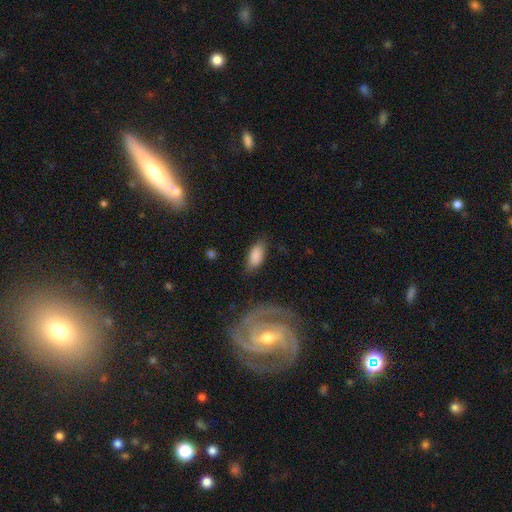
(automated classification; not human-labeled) The model was most divided on "merging": none: 70%, minor disturbance: 20%, major disturbance: 7%, merger: 3%. More confident: how rounded — in between (88%); smooth or featured — smooth (82%).